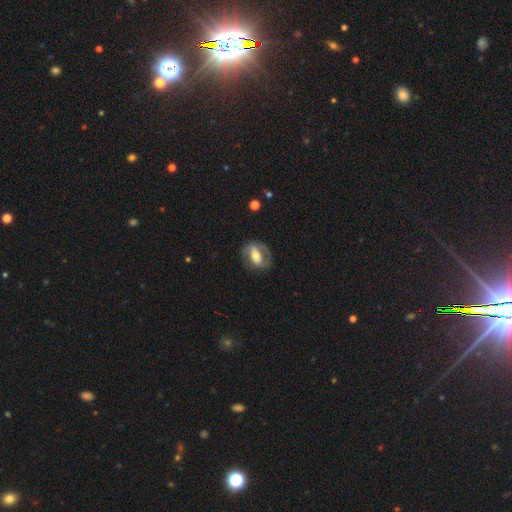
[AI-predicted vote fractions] This is likely a featured or disk galaxy (69%). It is clearly not viewed edge-on (94%). Bar: possibly strong (47%). Spiral arm pattern: likely yes (69%). Central bulge: likely moderate (62%). Merging: likely none (74%).